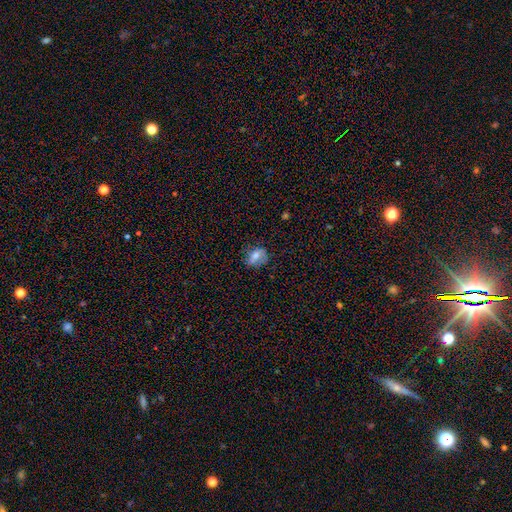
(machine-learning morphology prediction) smooth 65%, featured or disk 23%, star or artifact 12%. Down the decision tree: how rounded — in between (58%); merging — none (59%).